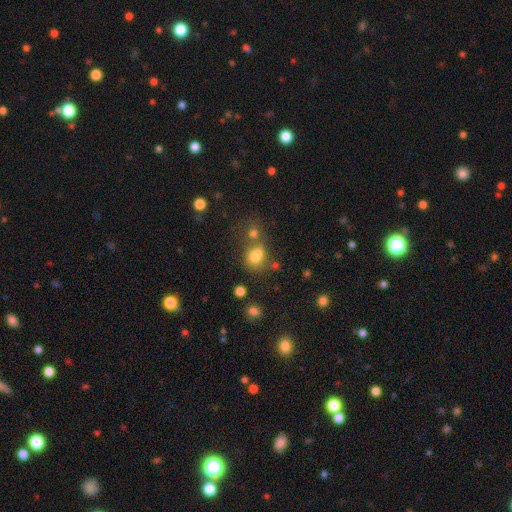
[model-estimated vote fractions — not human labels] Smooth or featured? smooth (72%)
How rounded? in between (54%)
Merging? merger (41%)